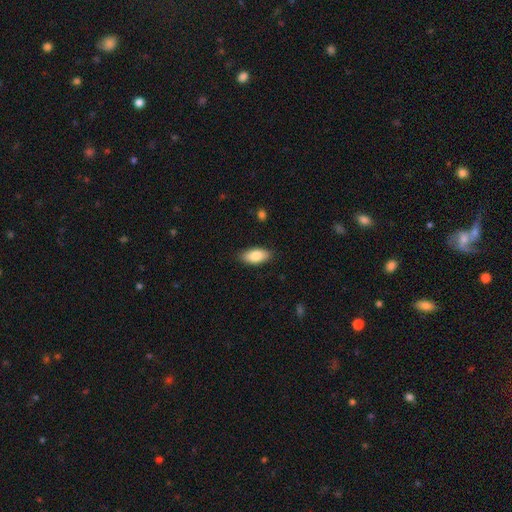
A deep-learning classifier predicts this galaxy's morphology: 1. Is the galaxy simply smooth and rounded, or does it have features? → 85% smooth, 9% featured or disk, 6% star or artifact.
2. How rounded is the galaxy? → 90% in between, 7% cigar-shaped, 3% round.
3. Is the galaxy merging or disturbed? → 86% none, 10% minor disturbance, 2% major disturbance, 1% merger.